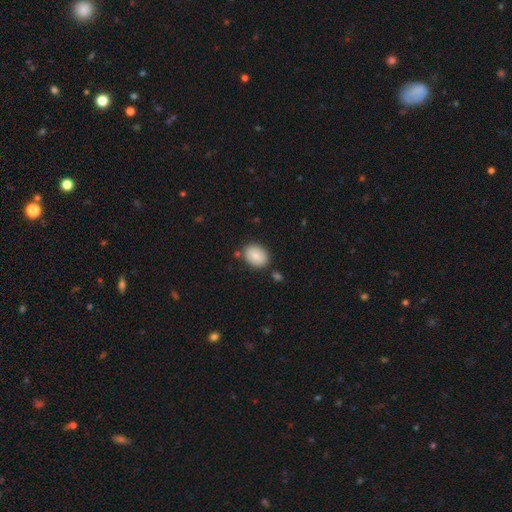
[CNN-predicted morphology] A smooth galaxy with no disk features (82%) that is in between round and cigar-shaped (69%). Merging: none (81%).